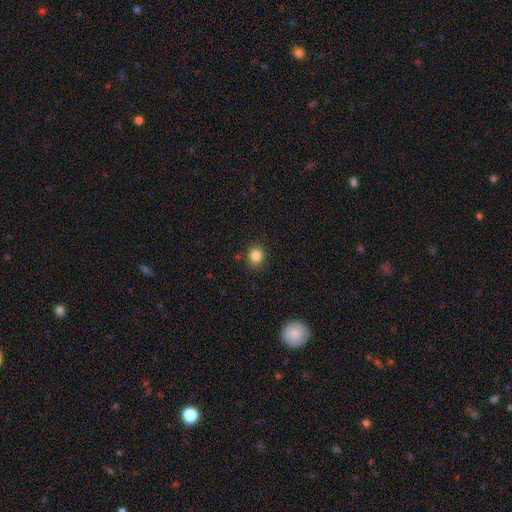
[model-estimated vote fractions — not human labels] A smooth galaxy with no disk features (84%) that is round (79%). Merging: none (89%).